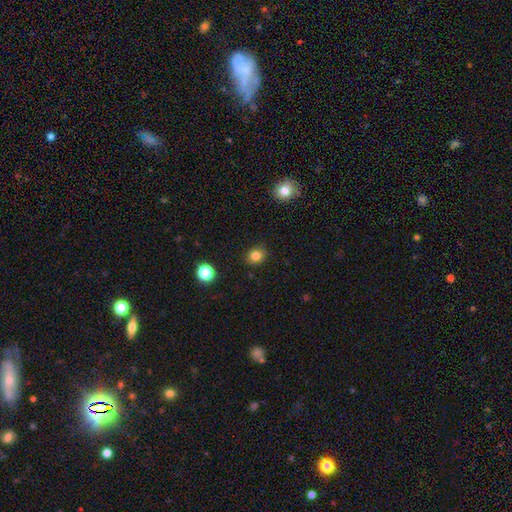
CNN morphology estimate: Overall: smooth (81%). How rounded: round (73%). Merging: none (89%).